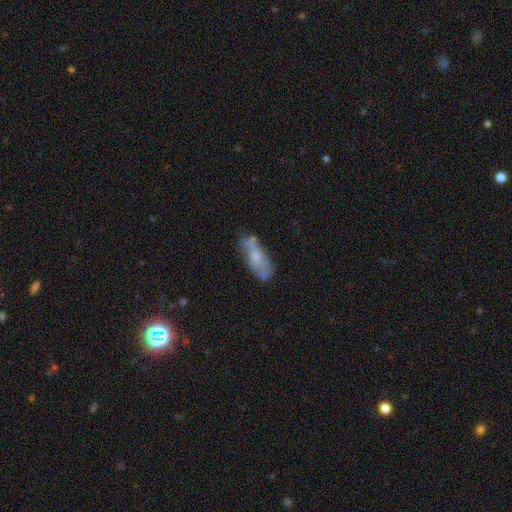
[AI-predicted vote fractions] smooth 56%, featured or disk 37%, star or artifact 8%. Down the decision tree: how rounded — in between (67%); merging — none (49%).